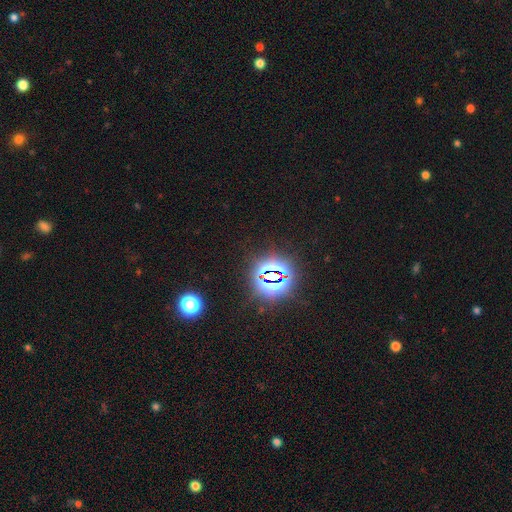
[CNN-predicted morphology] Smooth or featured? star or artifact (81%)